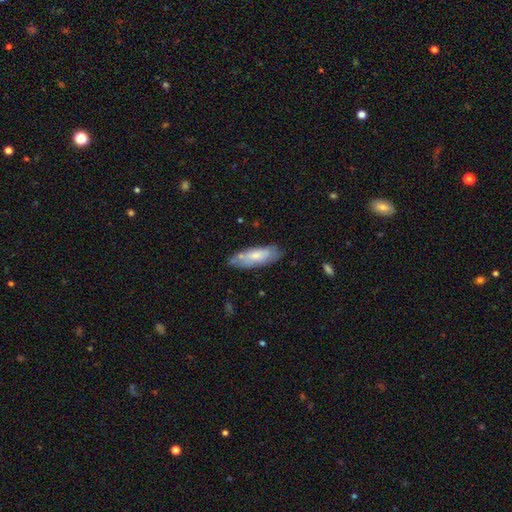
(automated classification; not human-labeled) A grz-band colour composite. It shows a smooth galaxy with no disk features (63%) that is in between round and cigar-shaped (62%). Merging: none (69%).